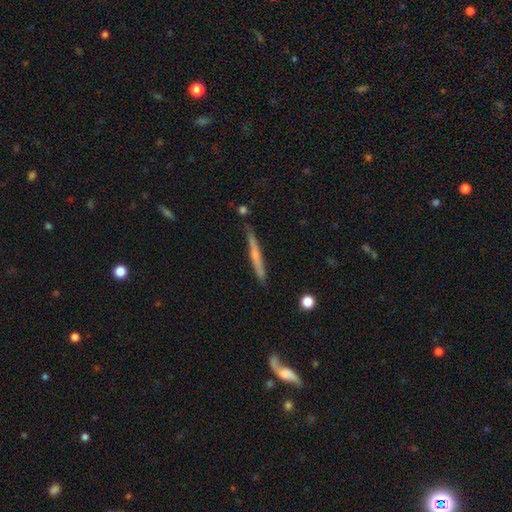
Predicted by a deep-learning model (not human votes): Overall: featured or disk (48%; smooth 45%). Merging: none (84%).